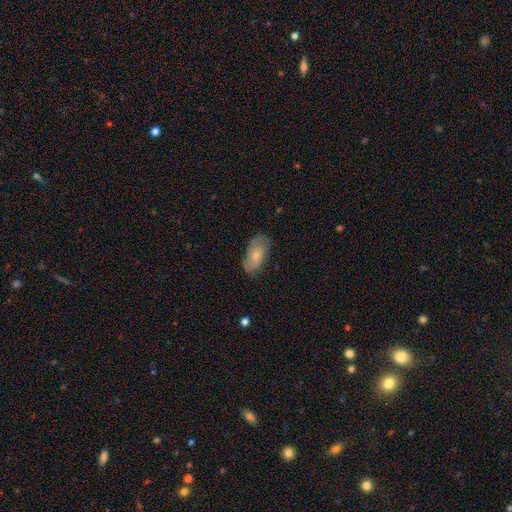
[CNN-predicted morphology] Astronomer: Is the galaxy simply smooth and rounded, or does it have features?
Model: smooth — 67%.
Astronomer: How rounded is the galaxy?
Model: in between — 92%.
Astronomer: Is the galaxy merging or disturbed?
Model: none — 73%.